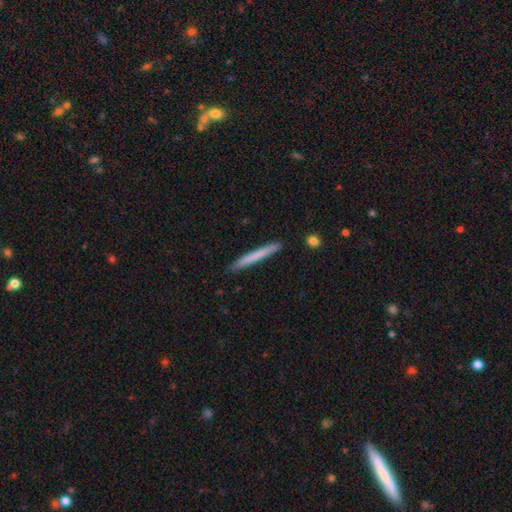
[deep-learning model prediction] This appears to be a smooth galaxy with no disk features (68%) that is cigar-shaped (97%). Merging: none (92%).